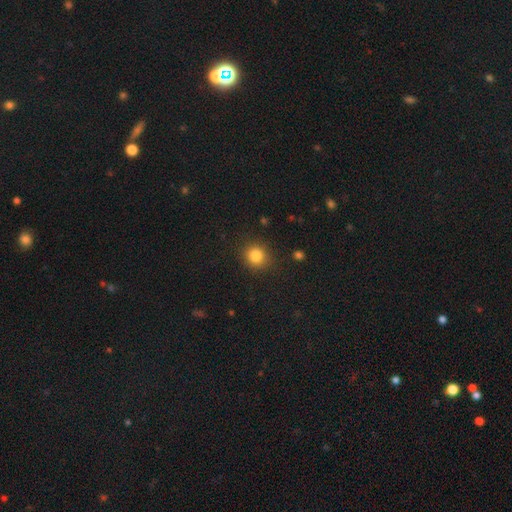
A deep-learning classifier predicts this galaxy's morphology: The model was most divided on "smooth or featured": smooth: 83%, star or artifact: 12%, featured or disk: 5%. More confident: merging — none (87%); how rounded — round (86%).